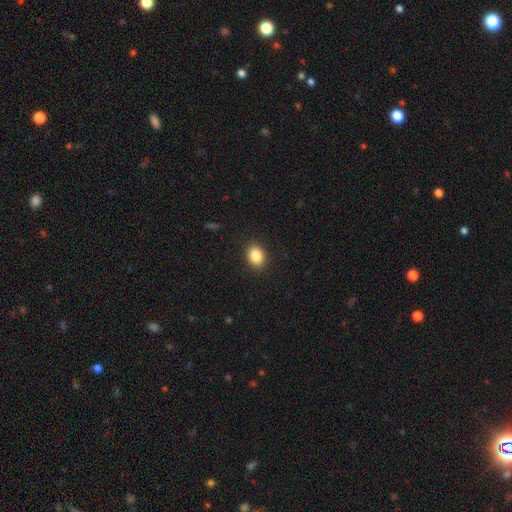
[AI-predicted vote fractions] smooth_or_featured: smooth (p=0.86) [alt: star or artifact p=0.09]
how_rounded: in between (p=0.62) [alt: round p=0.37]
merging: none (p=0.90) [alt: minor disturbance p=0.07]